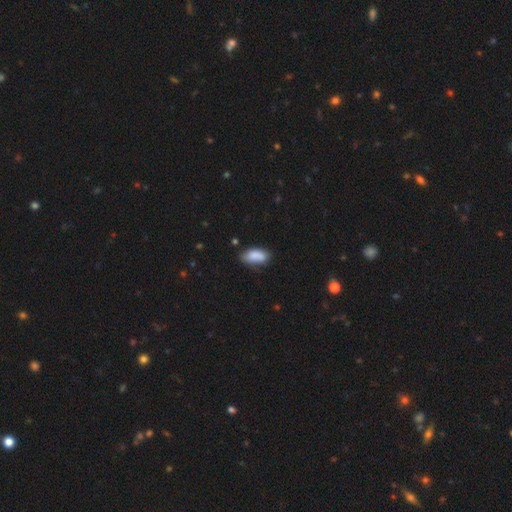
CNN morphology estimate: The model was most divided on "merging": none: 64%, minor disturbance: 24%, merger: 6%, major disturbance: 5%. More confident: how rounded — in between (89%); smooth or featured — smooth (84%).